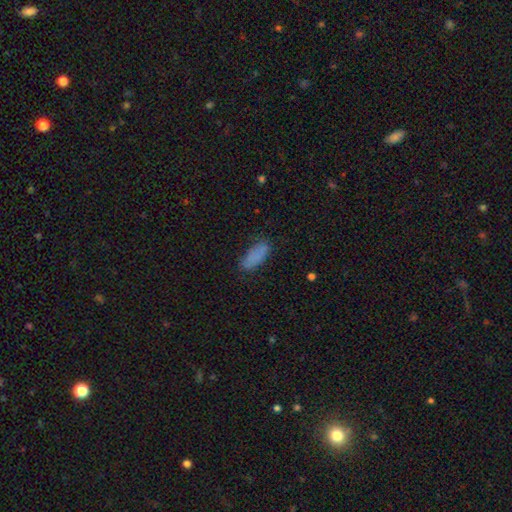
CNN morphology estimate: smooth-or-featured: smooth: 82% | star or artifact: 10% | featured or disk: 8%
  how-rounded: in between: 75% | cigar-shaped: 23% | round: 2%
  merging: none: 71% | minor disturbance: 20% | major disturbance: 7% | merger: 2%